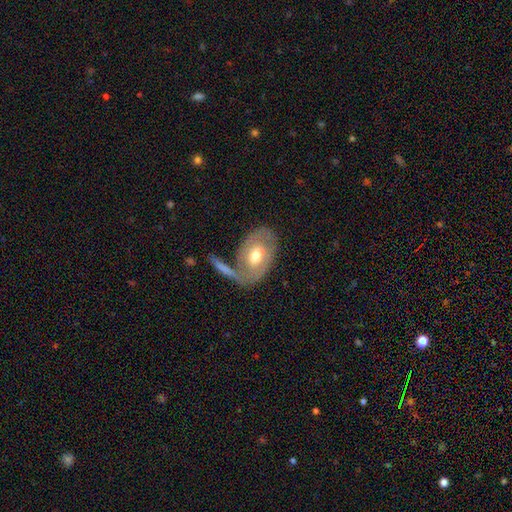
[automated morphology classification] smooth_or_featured: featured or disk (p=0.55) [alt: smooth p=0.39]
disk_edge_on: no (p=0.90) [alt: yes p=0.10]
merging: none (p=0.57) [alt: merger p=0.18]